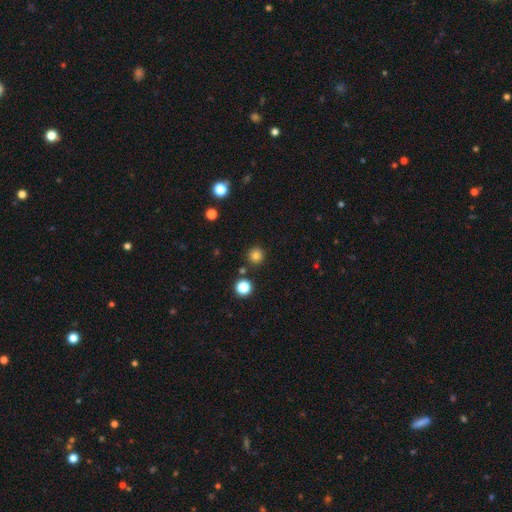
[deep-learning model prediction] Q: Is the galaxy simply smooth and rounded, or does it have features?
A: smooth — 81%.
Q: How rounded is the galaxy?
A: round — 95%.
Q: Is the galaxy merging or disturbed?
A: none — 89%.